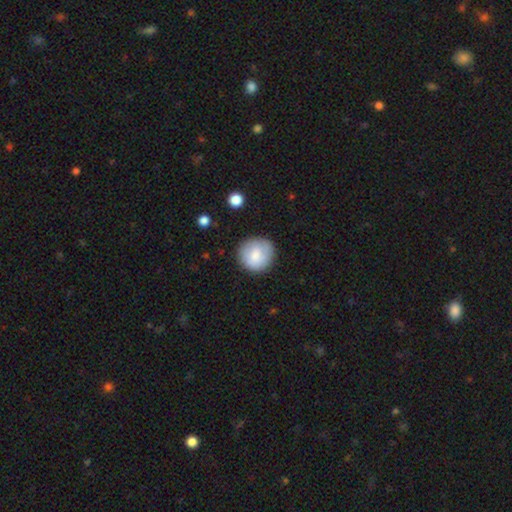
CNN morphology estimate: A smooth galaxy with no disk features (77%) that is round (91%).

Vote fractions:
- Smooth or featured? smooth: 77% / featured or disk: 16% / star or artifact: 7%
- How rounded? round: 91% / in between: 8% / cigar-shaped: 1%
- Merging? none: 82% / minor disturbance: 13% / major disturbance: 4% / merger: 2%